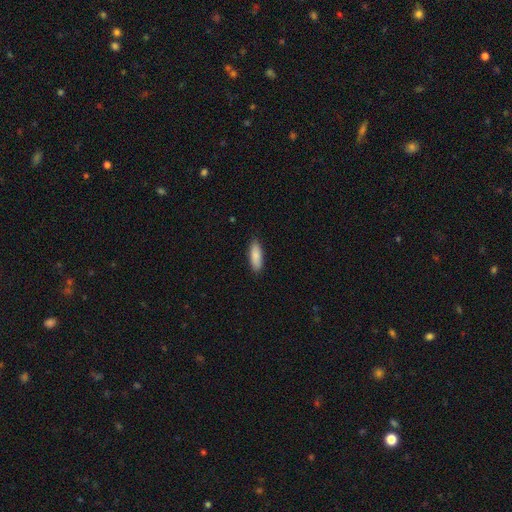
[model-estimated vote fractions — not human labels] This appears to be a smooth galaxy with no disk features (88%) that is in between round and cigar-shaped (61%). Merging: none (88%).